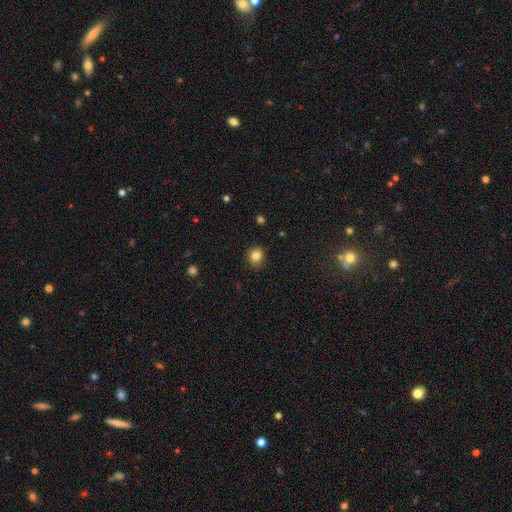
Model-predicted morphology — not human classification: Smooth or featured?
  - smooth: 83% *
  - star or artifact: 11%
  - featured or disk: 6%
How rounded?
  - round: 78% *
  - in between: 21%
  - cigar-shaped: 1%
Merging?
  - none: 83% *
  - minor disturbance: 13%
  - major disturbance: 3%
  - merger: 1%